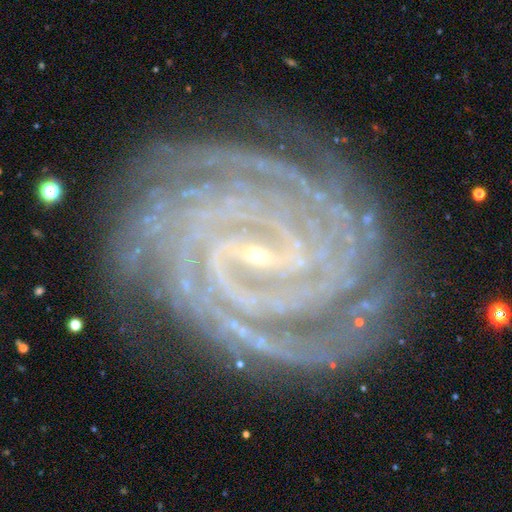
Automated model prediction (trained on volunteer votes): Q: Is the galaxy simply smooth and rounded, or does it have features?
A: featured or disk — 92%.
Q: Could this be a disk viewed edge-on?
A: no — 98%.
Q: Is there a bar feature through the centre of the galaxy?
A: strong — 47%.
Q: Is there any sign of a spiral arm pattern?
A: yes — 99%.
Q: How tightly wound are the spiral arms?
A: tight — 89%.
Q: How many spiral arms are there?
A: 4 — 25%.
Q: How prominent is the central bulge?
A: small — 86%.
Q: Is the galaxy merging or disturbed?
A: none — 80%.